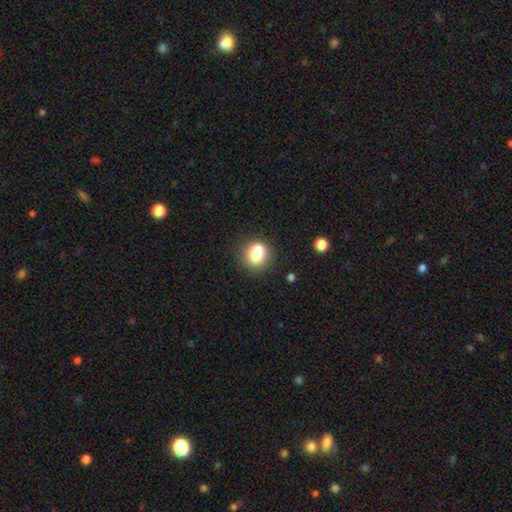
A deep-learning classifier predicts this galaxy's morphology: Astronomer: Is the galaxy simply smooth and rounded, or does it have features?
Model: smooth — 72%.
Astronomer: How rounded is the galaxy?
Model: round — 69%.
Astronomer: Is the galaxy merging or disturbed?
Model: none — 52%.